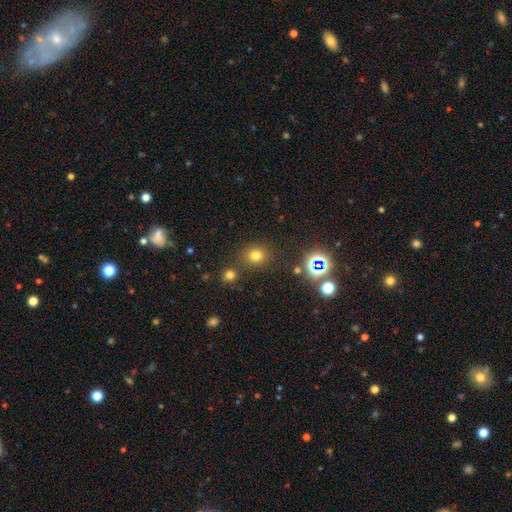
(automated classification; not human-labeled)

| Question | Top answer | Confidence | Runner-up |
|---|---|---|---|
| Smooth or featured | smooth | 72% | star or artifact (22%) |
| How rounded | round | 80% | in between (19%) |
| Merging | none | 80% | minor disturbance (9%) |